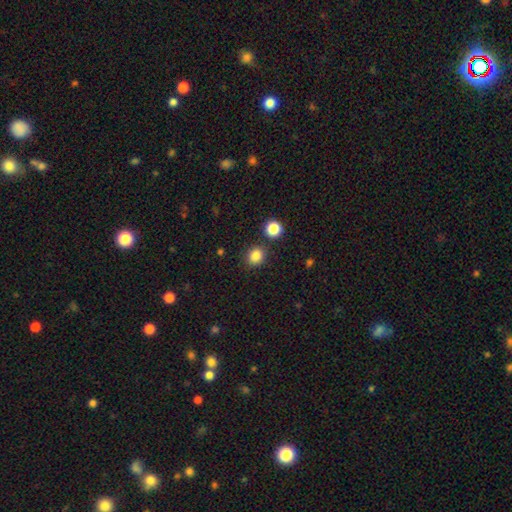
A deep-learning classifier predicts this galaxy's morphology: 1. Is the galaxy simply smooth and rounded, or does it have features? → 84% smooth, 12% star or artifact, 4% featured or disk.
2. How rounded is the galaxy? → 78% round, 21% in between, 1% cigar-shaped.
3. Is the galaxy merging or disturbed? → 85% none, 8% minor disturbance, 5% merger, 2% major disturbance.